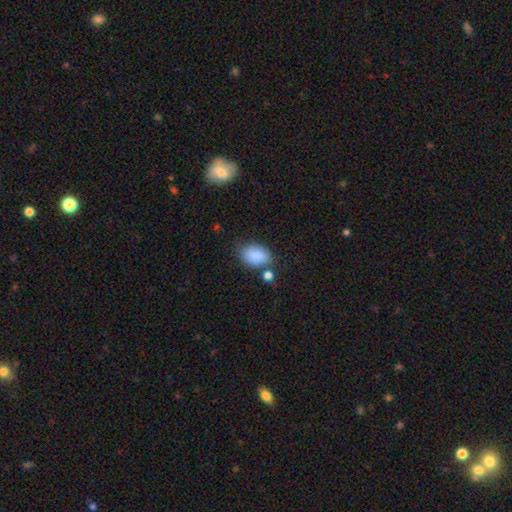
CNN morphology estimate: Smooth or featured: smooth — 87% (star or artifact — 8%)
How rounded: in between — 84% (round — 15%)
Merging: none — 64% (minor disturbance — 20%)